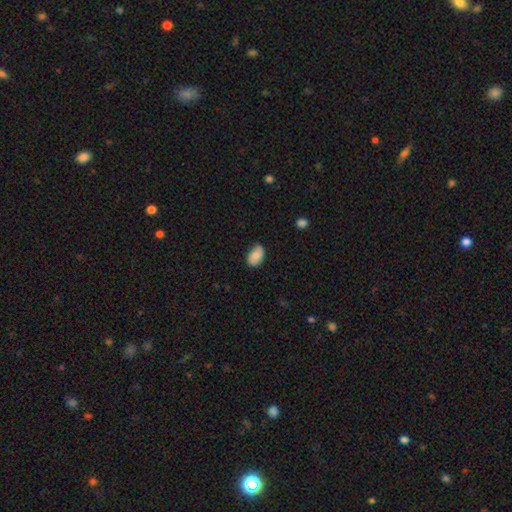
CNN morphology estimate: Smooth or featured: smooth — 78% (featured or disk — 14%)
How rounded: in between — 92% (round — 7%)
Merging: none — 76% (minor disturbance — 20%)